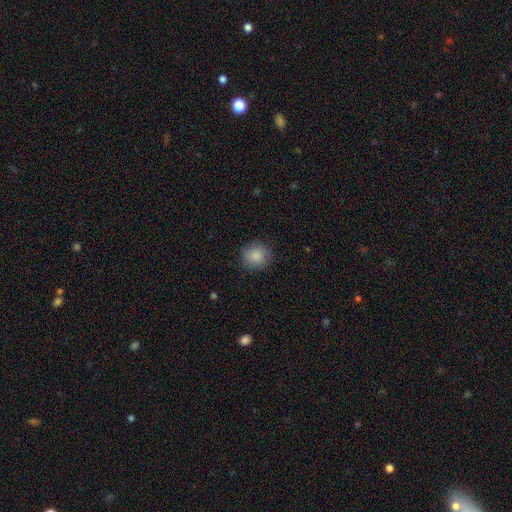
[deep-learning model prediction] Smooth or featured?
  - smooth: 86% *
  - star or artifact: 8%
  - featured or disk: 6%
How rounded?
  - round: 90% *
  - in between: 9%
  - cigar-shaped: 1%
Merging?
  - none: 85% *
  - minor disturbance: 11%
  - major disturbance: 3%
  - merger: 1%